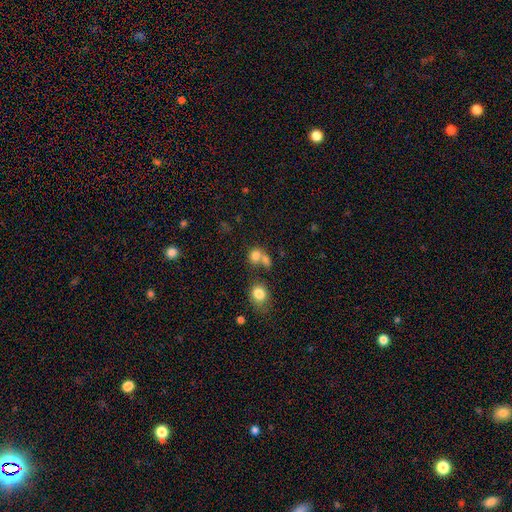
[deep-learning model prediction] Smooth or featured?
  - smooth: 78% *
  - star or artifact: 12%
  - featured or disk: 9%
How rounded?
  - round: 67% *
  - in between: 32%
  - cigar-shaped: 1%
Merging?
  - merger: 44% *
  - none: 41%
  - minor disturbance: 9%
  - major disturbance: 6%